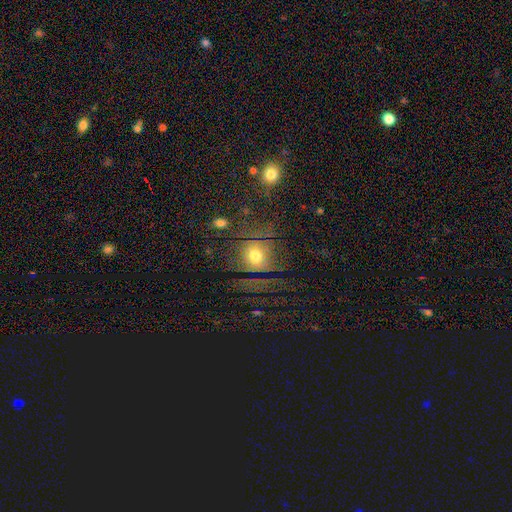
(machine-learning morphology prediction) A smooth galaxy with no disk features (52%) that is round (77%).

Vote fractions:
- Smooth or featured? smooth: 52% / star or artifact: 25% / featured or disk: 23%
- How rounded? round: 77% / in between: 21% / cigar-shaped: 2%
- Merging? none: 62% / major disturbance: 18% / minor disturbance: 16% / merger: 4%